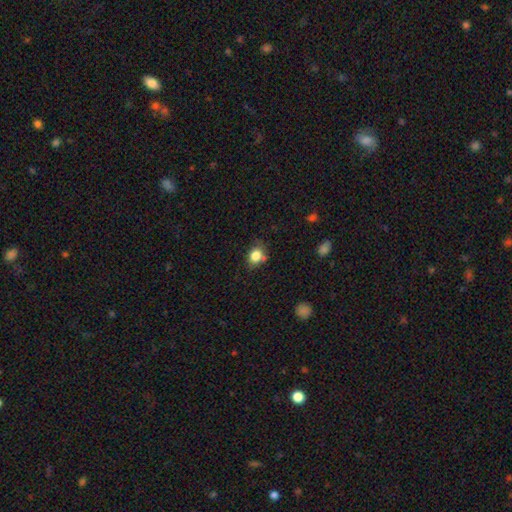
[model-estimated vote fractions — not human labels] Smooth or featured: smooth — 81% (star or artifact — 11%)
How rounded: round — 51% (in between — 47%)
Merging: none — 66% (minor disturbance — 21%)